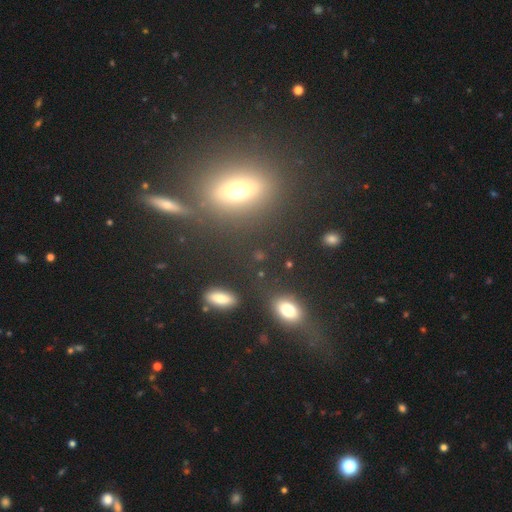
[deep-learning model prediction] Smooth or featured?
  - smooth: 45% *
  - featured or disk: 28%
  - star or artifact: 28%
Merging?
  - none: 68% *
  - minor disturbance: 13%
  - merger: 11%
  - major disturbance: 9%